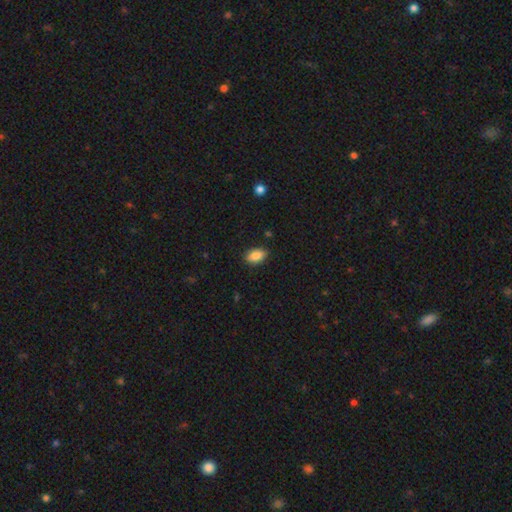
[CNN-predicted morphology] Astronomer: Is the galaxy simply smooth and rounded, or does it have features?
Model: smooth — 87%.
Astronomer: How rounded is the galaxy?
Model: in between — 91%.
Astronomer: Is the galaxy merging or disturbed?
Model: none — 87%.